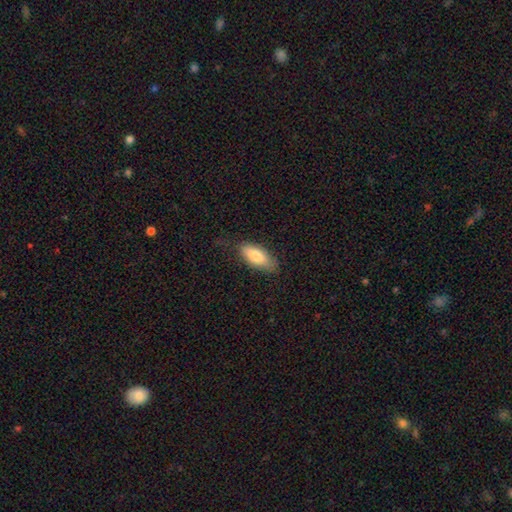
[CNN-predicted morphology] Smooth or featured? Predicted: smooth (p=0.78). How rounded? Predicted: in between (p=0.80). Merging? Predicted: none (p=0.77).